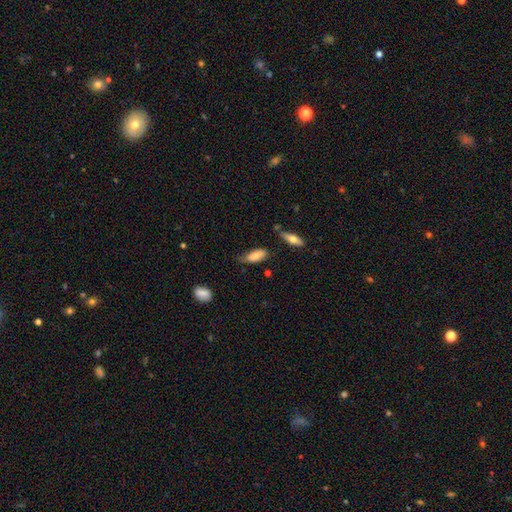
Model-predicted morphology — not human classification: smooth_or_featured: smooth (p=0.75) [alt: featured or disk p=0.18]
how_rounded: in between (p=0.81) [alt: cigar-shaped p=0.17]
merging: none (p=0.46) [alt: minor disturbance p=0.40]